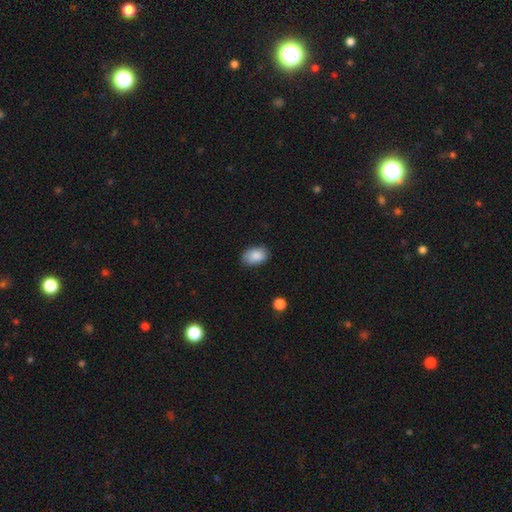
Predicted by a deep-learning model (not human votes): This appears to be a smooth galaxy with no disk features (88%) that is in between round and cigar-shaped (87%). Merging: none (84%).